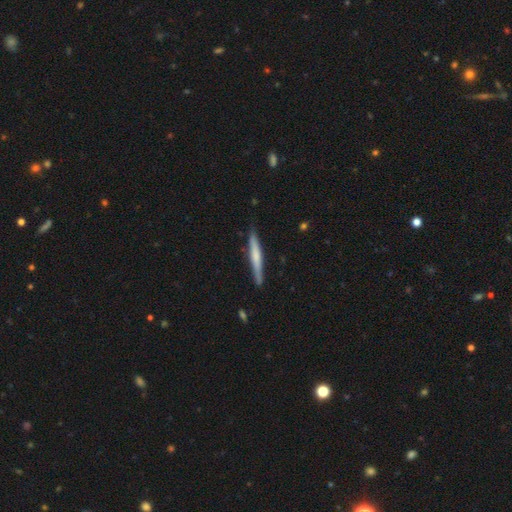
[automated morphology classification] This is possibly a smooth galaxy (48%). Merging: clearly none (87%).